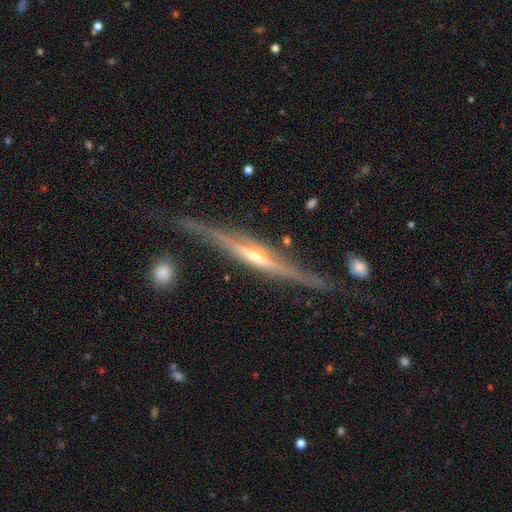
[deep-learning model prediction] Smooth or featured: featured or disk — 87% (smooth — 8%)
Edge-on disk: yes — 97% (no — 3%)
Edge-on bulge: rounded — 76% (none — 16%)
Merging: none — 77% (minor disturbance — 16%)